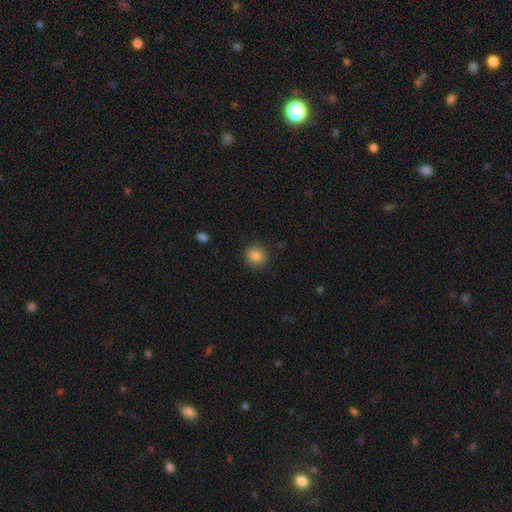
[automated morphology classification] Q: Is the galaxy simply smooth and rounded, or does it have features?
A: smooth — 84%.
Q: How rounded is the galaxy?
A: round — 89%.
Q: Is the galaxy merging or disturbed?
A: none — 88%.